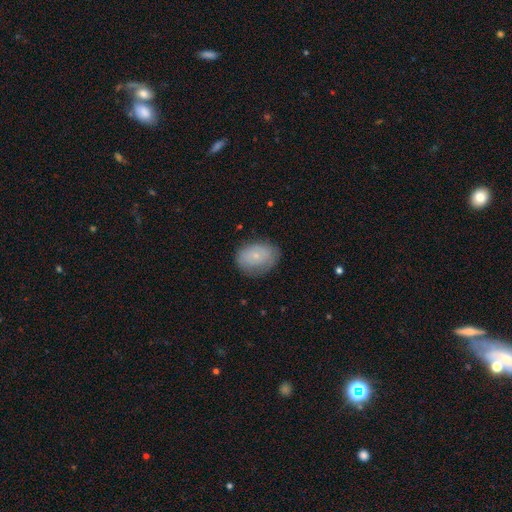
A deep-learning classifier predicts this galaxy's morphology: type=smooth (71%); roundness=in between (75%); merging=none (72%).